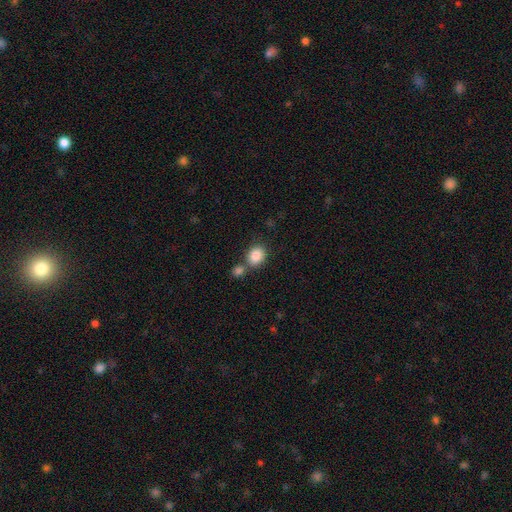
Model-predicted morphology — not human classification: This is clearly a smooth galaxy (86%). How rounded: possibly round (50%). Merging: possibly none (55%).